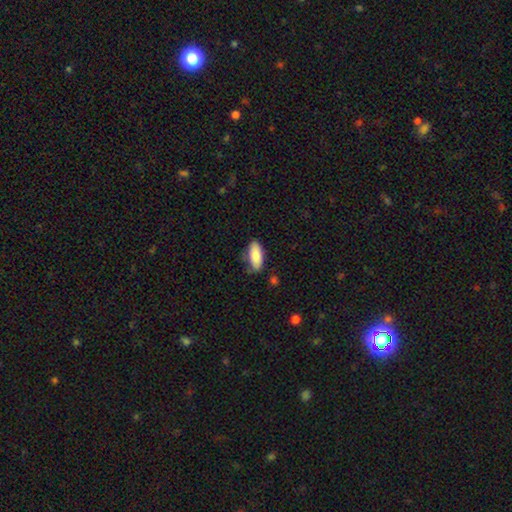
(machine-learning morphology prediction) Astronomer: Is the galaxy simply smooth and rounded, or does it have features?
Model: smooth — 85%.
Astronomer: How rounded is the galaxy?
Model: in between — 83%.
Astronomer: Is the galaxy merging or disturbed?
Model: none — 72%.